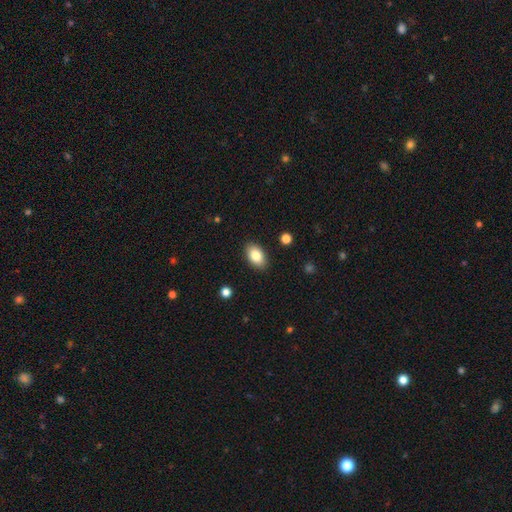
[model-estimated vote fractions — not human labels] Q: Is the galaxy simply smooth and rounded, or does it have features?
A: smooth — 84%.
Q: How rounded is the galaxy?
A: in between — 92%.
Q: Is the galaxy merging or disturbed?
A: none — 88%.